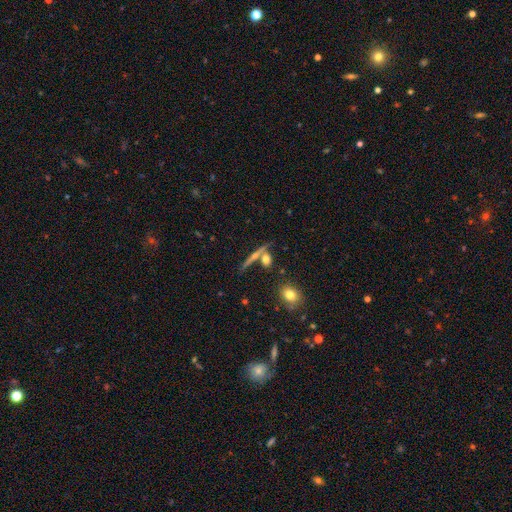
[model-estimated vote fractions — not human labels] Smooth or featured: featured or disk — 54% (smooth — 29%)
Edge-on disk: yes — 88% (no — 12%)
Merging: none — 72% (merger — 14%)